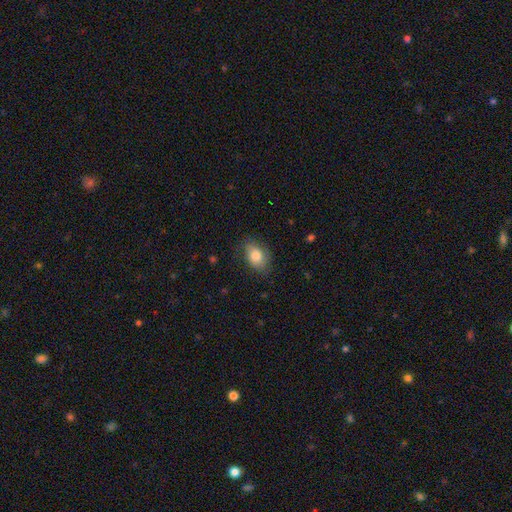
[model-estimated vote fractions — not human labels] Morphology: type=smooth (80%); roundness=in between (83%); merging=none (71%).